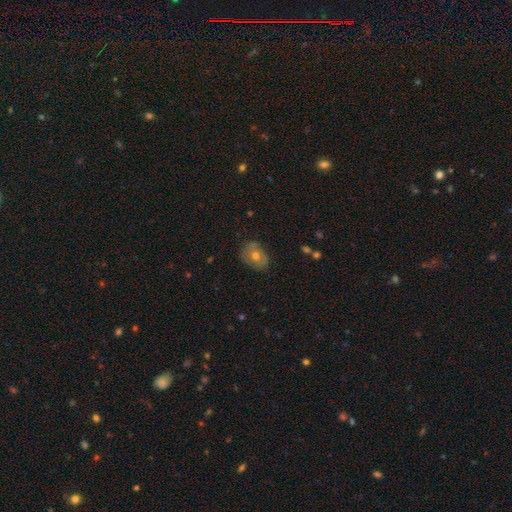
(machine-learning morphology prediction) smooth 51%, featured or disk 37%, star or artifact 12%. Down the decision tree: how rounded — in between (56%); merging — none (77%).